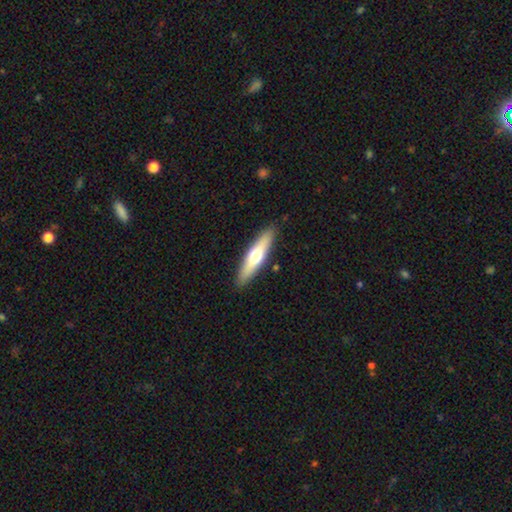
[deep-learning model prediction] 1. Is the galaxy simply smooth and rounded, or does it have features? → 52% smooth, 43% featured or disk, 5% star or artifact.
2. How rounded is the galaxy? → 77% cigar-shaped, 21% in between, 2% round.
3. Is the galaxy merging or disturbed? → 90% none, 8% minor disturbance, 2% major disturbance, 1% merger.